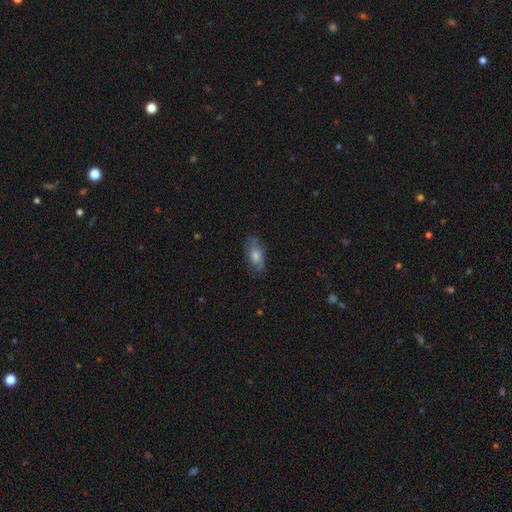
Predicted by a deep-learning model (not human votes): This is possibly a smooth galaxy (54%). How rounded: likely in between (77%). Merging: likely none (77%).